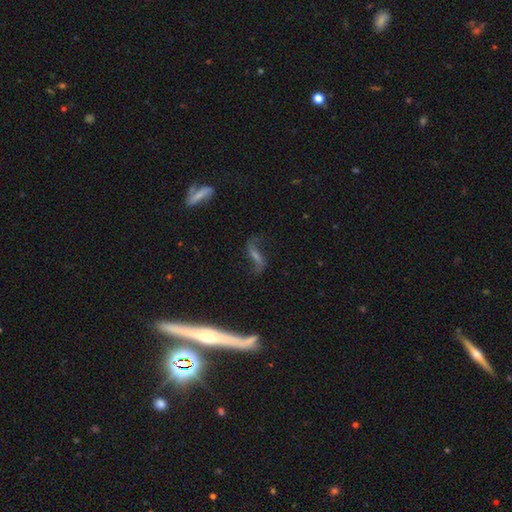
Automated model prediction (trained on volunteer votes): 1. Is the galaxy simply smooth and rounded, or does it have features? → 78% featured or disk, 12% smooth, 10% star or artifact.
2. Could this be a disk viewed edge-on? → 77% no, 23% yes.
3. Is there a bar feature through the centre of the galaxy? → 40% weak, 33% no, 27% strong.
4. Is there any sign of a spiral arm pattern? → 91% yes, 9% no.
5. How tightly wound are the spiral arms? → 77% loose, 17% medium, 6% tight.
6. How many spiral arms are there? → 91% 2, 3% can't tell, 2% 1, 1% 3, 1% 4, 1% more than 4.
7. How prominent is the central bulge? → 35% none, 33% small, 25% moderate, 5% large, 2% dominant.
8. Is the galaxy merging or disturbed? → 69% none, 17% minor disturbance, 9% major disturbance, 5% merger.